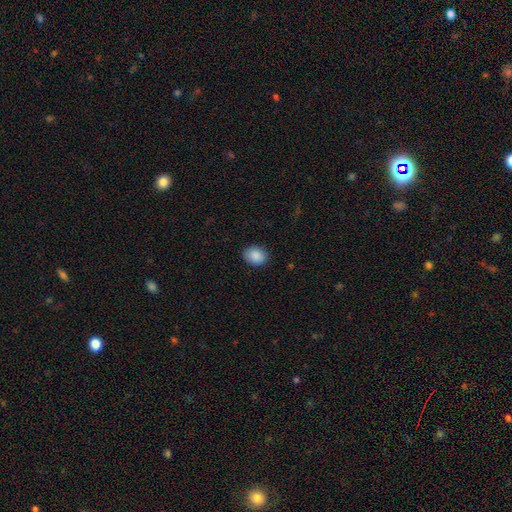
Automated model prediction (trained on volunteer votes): smooth 89%, star or artifact 8%, featured or disk 3%. Down the decision tree: how rounded — in between (50%); merging — none (88%).